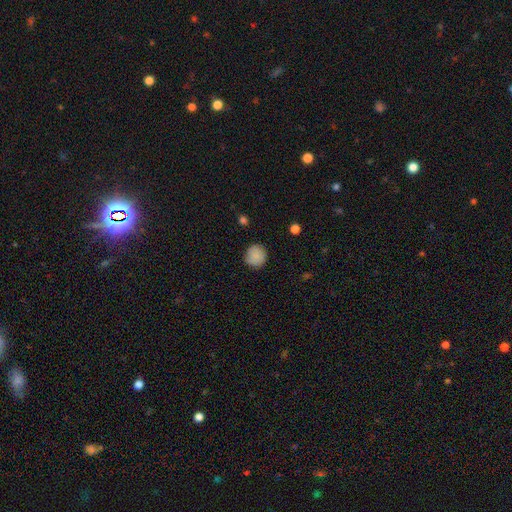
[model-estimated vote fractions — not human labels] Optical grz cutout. It shows a smooth galaxy with no disk features (85%) that is round (91%). Merging: none (82%).